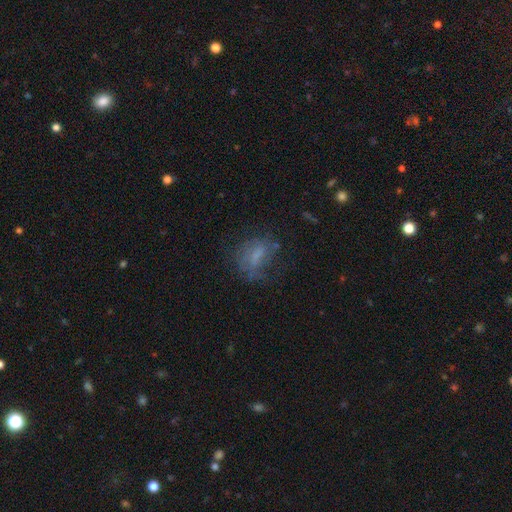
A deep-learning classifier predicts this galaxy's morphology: A smooth galaxy with no disk features (50%) that is in between round and cigar-shaped (70%). Merging: none (49%).